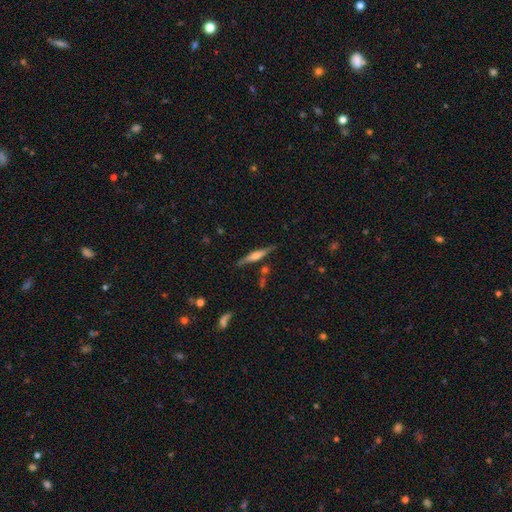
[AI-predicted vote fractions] A featured or disk galaxy (61%) viewed edge-on (96%) with a rounded central bulge (68%). Merging: none (82%).